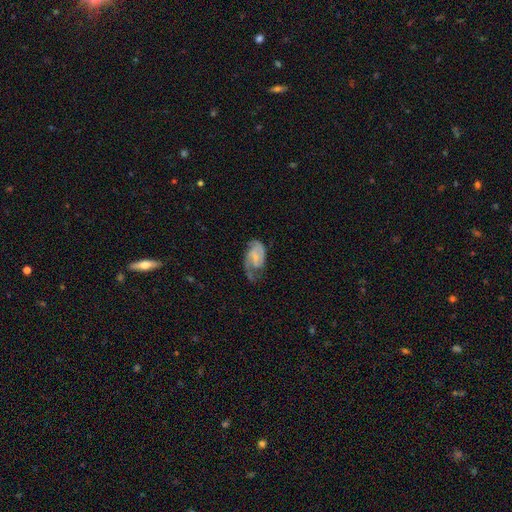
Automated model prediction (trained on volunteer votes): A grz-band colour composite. It shows a featured or disk galaxy (77%) with a weak bar (50%), 2 (67%) medium (47%) spiral arms (93%) and a small central bulge (57%). Merging: none (48%).